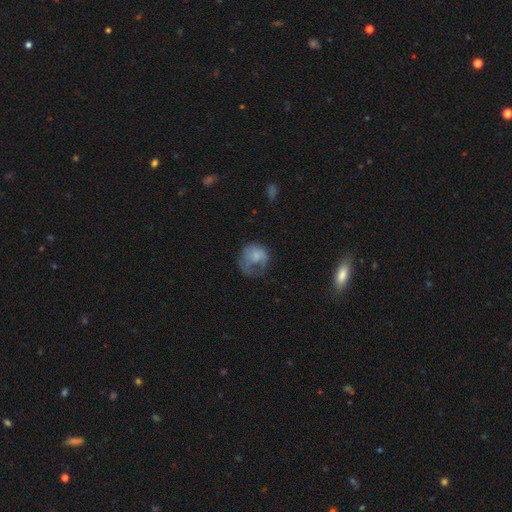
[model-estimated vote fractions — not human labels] Smooth or featured: smooth — 63% (featured or disk — 28%)
How rounded: round — 68% (in between — 31%)
Merging: major disturbance — 41% (none — 32%)